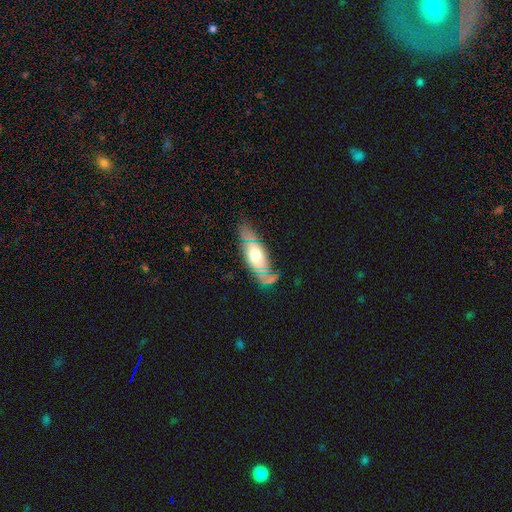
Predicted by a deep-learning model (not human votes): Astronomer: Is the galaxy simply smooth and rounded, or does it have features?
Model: smooth — 53% (runner-up: featured or disk, 37%).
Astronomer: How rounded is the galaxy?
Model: in between — 76%.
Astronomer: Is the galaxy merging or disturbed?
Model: none — 68%.